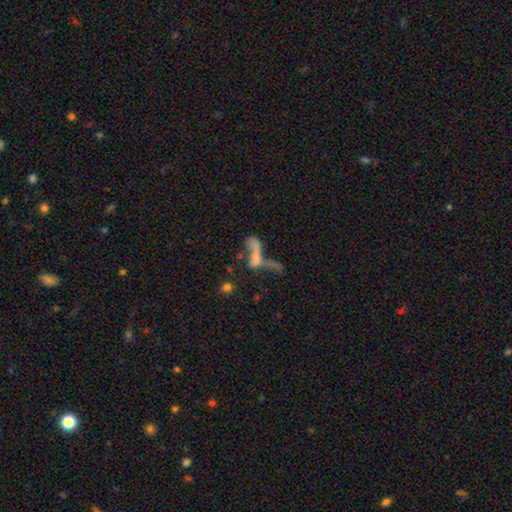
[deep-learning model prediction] Q: Smooth or featured?
A: smooth (49%); runner-up: featured or disk (33%)
Q: Merging?
A: merger (57%); runner-up: major disturbance (21%)